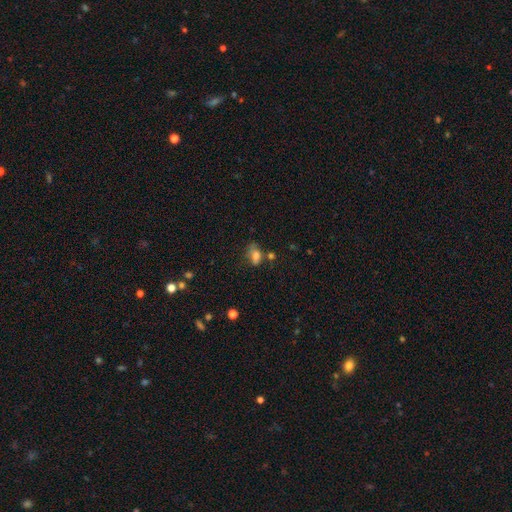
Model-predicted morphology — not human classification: Smooth or featured?
  - smooth: 72% *
  - featured or disk: 16%
  - star or artifact: 12%
How rounded?
  - in between: 83% *
  - round: 13%
  - cigar-shaped: 4%
Merging?
  - none: 38% *
  - minor disturbance: 31%
  - major disturbance: 19%
  - merger: 12%